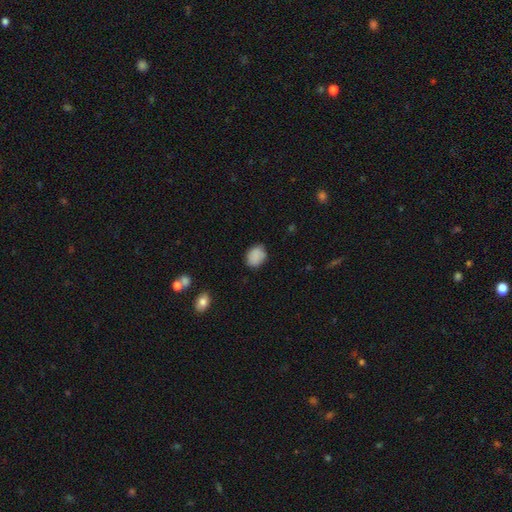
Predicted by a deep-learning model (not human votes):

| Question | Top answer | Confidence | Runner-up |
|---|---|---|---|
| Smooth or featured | smooth | 87% | star or artifact (8%) |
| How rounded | in between | 58% | round (41%) |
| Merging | none | 77% | minor disturbance (18%) |